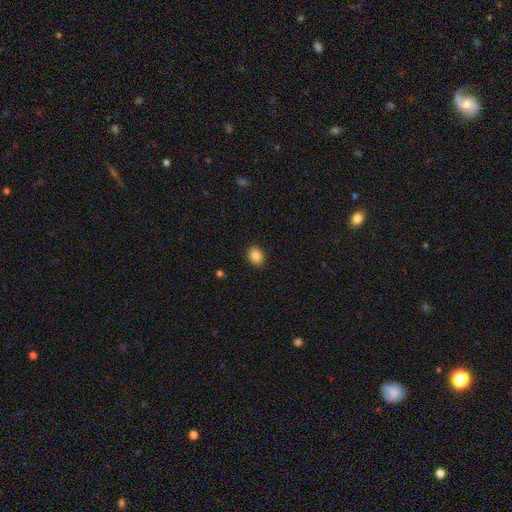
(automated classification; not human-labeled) Smooth or featured? smooth (87%)
How rounded? in between (56%)
Merging? none (90%)